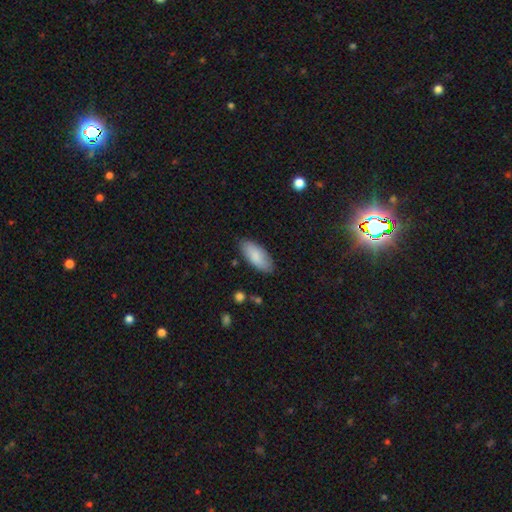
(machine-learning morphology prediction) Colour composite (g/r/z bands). It shows a smooth galaxy with no disk features (85%) that is in between round and cigar-shaped (86%). Merging: none (84%).